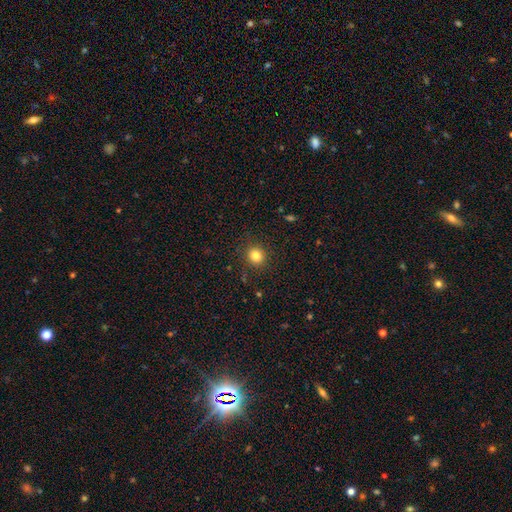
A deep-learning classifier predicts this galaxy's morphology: This appears to be a smooth galaxy with no disk features (82%) that is round (86%). Merging: none (89%).